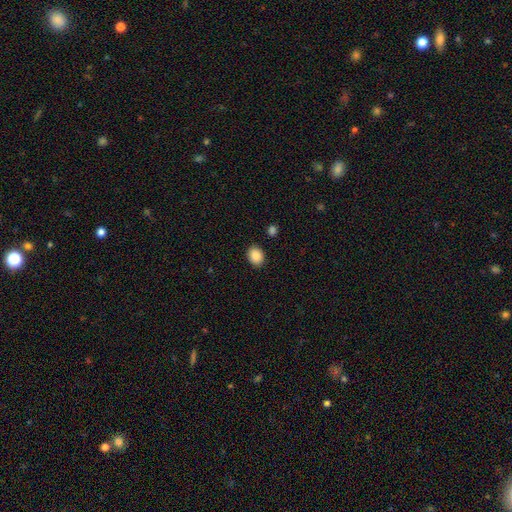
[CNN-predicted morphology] Smooth or featured? smooth (89%)
How rounded? round (51%)
Merging? none (89%)